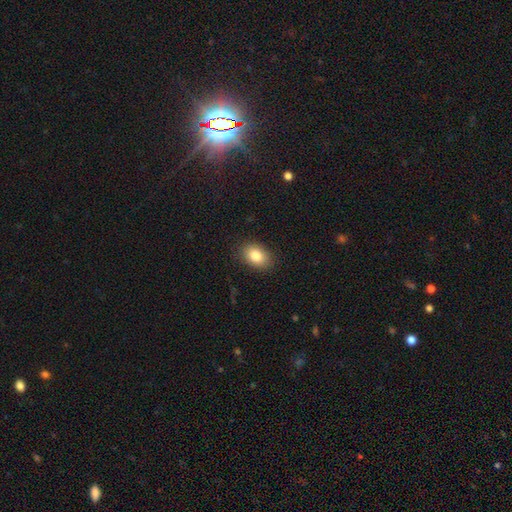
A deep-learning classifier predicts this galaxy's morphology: Smooth or featured? smooth (84%)
How rounded? in between (80%)
Merging? none (87%)